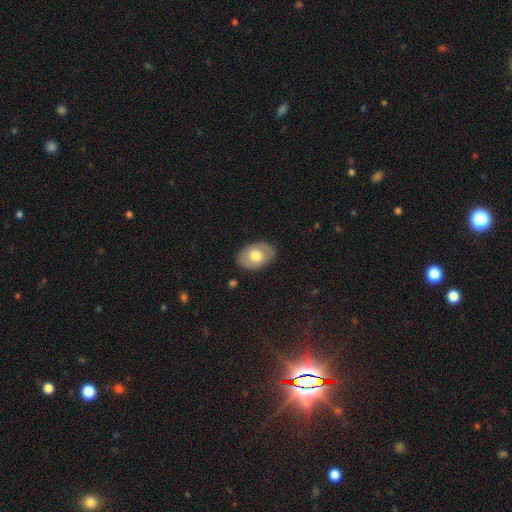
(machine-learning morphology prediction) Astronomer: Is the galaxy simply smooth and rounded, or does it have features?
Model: smooth — 66%.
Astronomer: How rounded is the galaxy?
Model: in between — 84%.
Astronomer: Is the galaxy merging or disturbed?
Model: none — 86%.